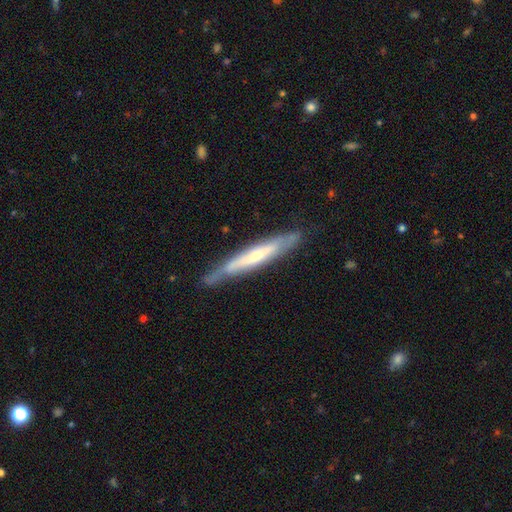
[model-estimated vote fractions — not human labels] A featured or disk galaxy (63%) viewed edge-on (78%). Merging: none (73%).